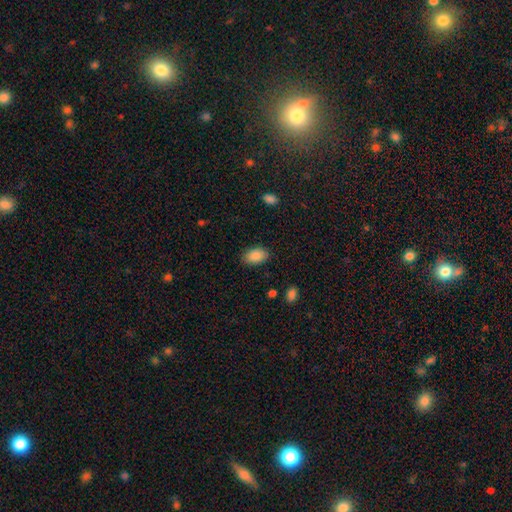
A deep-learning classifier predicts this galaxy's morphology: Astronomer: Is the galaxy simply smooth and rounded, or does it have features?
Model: smooth — 88%.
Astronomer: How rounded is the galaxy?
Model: in between — 91%.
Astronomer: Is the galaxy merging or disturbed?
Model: none — 85%.